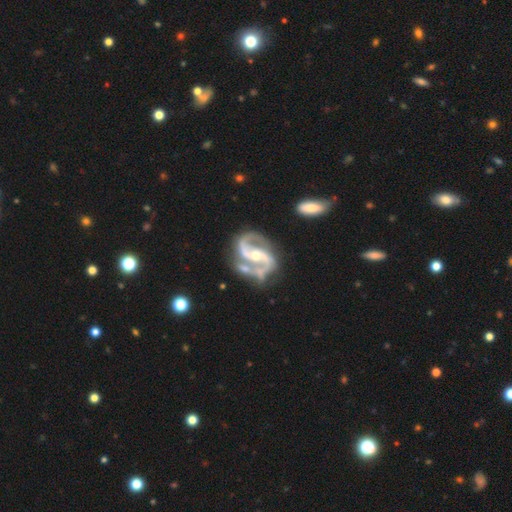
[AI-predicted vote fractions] Q: Smooth or featured?
A: featured or disk (93%); runner-up: star or artifact (4%)
Q: Edge-on disk?
A: no (98%); runner-up: yes (2%)
Q: Bar?
A: strong (42%); runner-up: weak (30%)
Q: Spiral arms?
A: yes (98%); runner-up: no (2%)
Q: Spiral winding?
A: medium (62%); runner-up: loose (21%)
Q: Spiral arm count?
A: 2 (93%); runner-up: 3 (2%)
Q: Bulge size?
A: moderate (52%); runner-up: small (44%)
Q: Merging?
A: none (63%); runner-up: minor disturbance (20%)